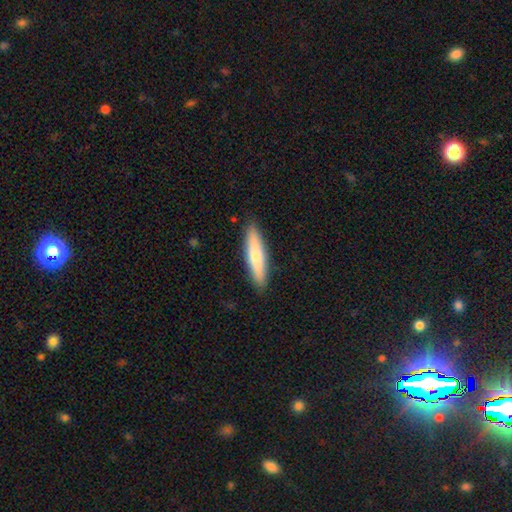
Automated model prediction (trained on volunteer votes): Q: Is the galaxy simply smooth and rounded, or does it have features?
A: smooth — 69%.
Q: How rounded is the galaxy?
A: cigar-shaped — 83%.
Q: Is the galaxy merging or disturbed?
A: none — 90%.